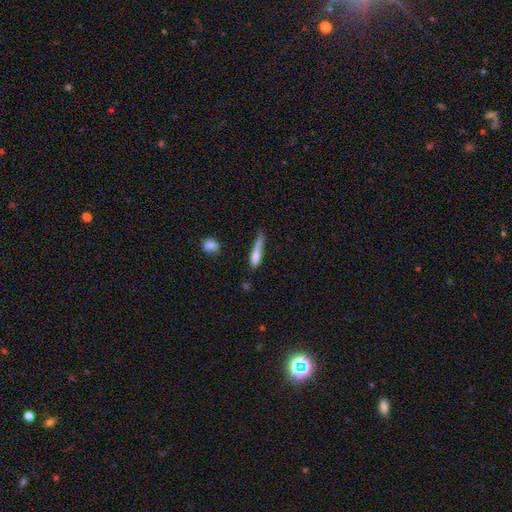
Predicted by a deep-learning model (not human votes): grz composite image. It shows a smooth galaxy with no disk features (71%) that is cigar-shaped (81%). Merging: none (37%).